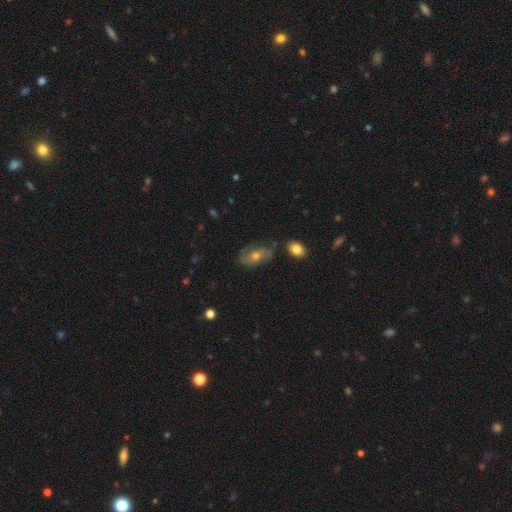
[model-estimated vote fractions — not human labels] The model was most divided on "smooth or featured": featured or disk: 57%, smooth: 30%, star or artifact: 12%. More confident: edge-on disk — no (90%); spiral arms — yes (76%); merging — none (72%); bulge size — moderate (68%); bar — no (62%).